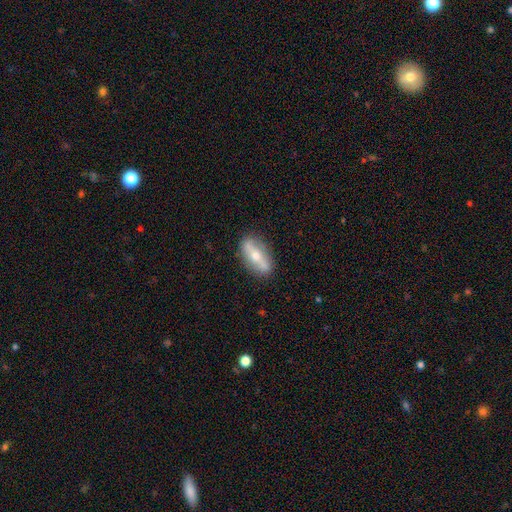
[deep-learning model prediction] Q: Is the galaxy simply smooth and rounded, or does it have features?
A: featured or disk — 58%.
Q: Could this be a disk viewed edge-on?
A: no — 53%.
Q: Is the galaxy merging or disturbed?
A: none — 84%.